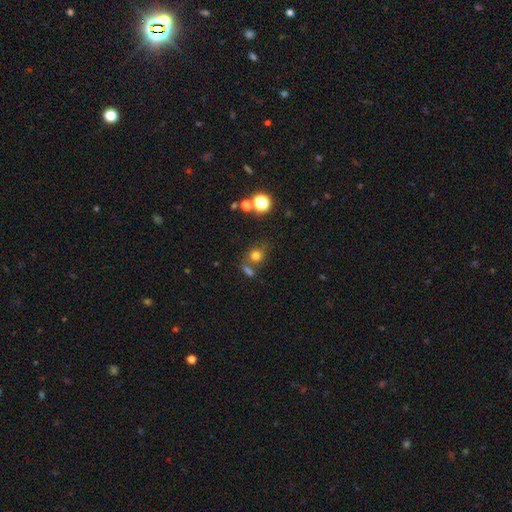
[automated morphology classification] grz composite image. It shows a smooth galaxy with no disk features (72%) that is round (75%). Merging: none (57%).